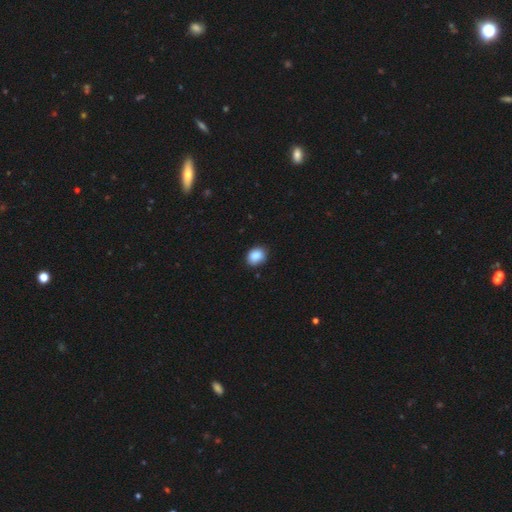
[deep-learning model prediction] A smooth galaxy with no disk features (87%) that is in between round and cigar-shaped (54%). Merging: none (82%).